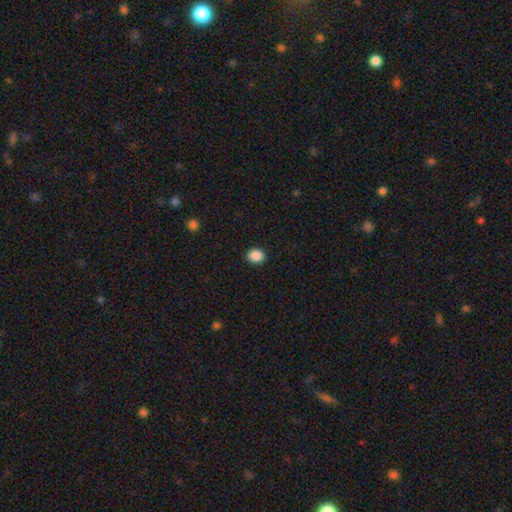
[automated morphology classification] A smooth galaxy with no disk features (88%) that is round (58%). Merging: none (91%).